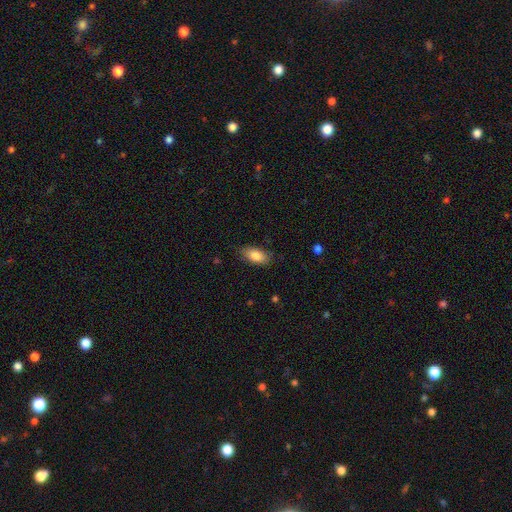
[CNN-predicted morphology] This is clearly a smooth galaxy (84%). How rounded: clearly in between (90%). Merging: clearly none (82%).